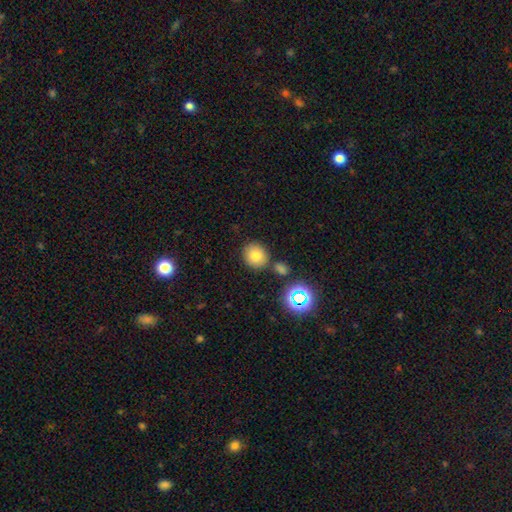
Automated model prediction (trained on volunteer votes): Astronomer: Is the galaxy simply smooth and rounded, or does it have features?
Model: smooth — 75%.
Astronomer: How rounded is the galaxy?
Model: round — 84%.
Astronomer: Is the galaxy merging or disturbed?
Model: none — 75%.